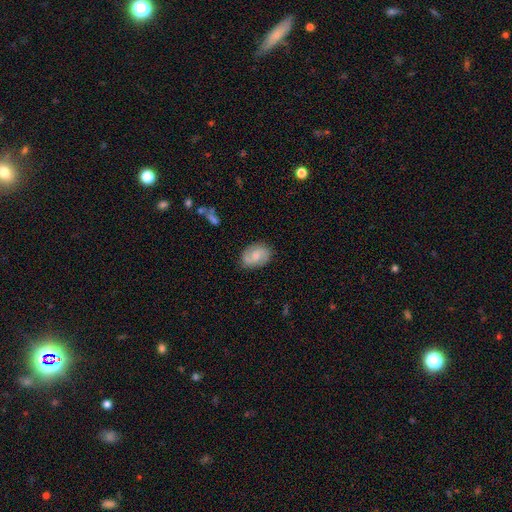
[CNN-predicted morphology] smooth_or_featured: featured or disk (p=0.58) [alt: smooth p=0.36]
disk_edge_on: no (p=0.97) [alt: yes p=0.03]
bar: no (p=0.50) [alt: weak p=0.43]
has_spiral_arms: yes (p=0.91) [alt: no p=0.09]
spiral_winding: medium (p=0.48) [alt: loose p=0.26]
spiral_arm_count: 2 (p=0.87) [alt: can't tell p=0.07]
bulge_size: moderate (p=0.46) [alt: small p=0.38]
merging: none (p=0.81) [alt: minor disturbance p=0.15]